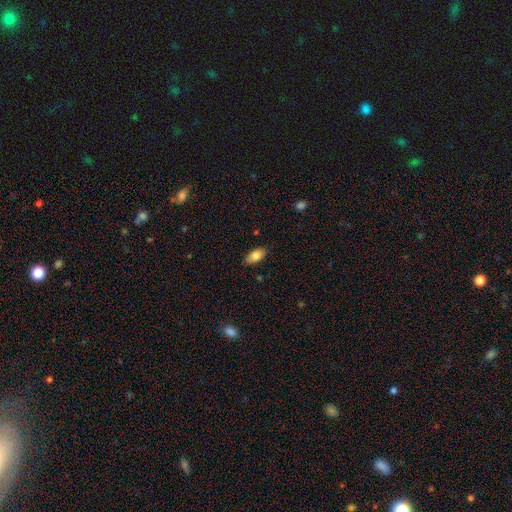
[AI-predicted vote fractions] Smooth or featured: smooth — 82% (featured or disk — 11%)
How rounded: in between — 92% (cigar-shaped — 4%)
Merging: none — 85% (minor disturbance — 12%)